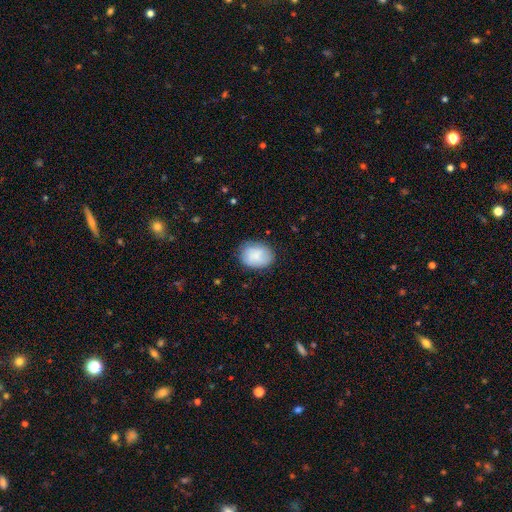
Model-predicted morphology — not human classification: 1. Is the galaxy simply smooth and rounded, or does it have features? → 80% smooth, 13% featured or disk, 7% star or artifact.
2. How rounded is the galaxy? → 56% in between, 43% round, 1% cigar-shaped.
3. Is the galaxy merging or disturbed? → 75% none, 19% minor disturbance, 5% major disturbance, 1% merger.